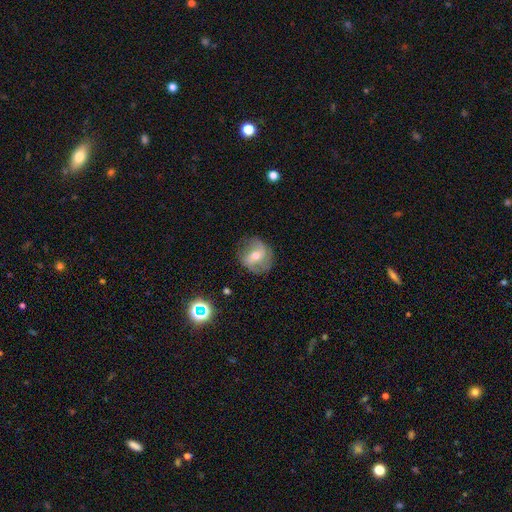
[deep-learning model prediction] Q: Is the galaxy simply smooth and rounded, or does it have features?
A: featured or disk — 65%.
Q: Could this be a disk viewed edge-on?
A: no — 96%.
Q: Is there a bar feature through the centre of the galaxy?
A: weak — 42%.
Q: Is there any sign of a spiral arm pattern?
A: yes — 83%.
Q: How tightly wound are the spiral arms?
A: medium — 41%.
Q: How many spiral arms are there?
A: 2 — 66%.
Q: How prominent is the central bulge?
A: moderate — 63%.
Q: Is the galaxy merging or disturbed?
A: none — 73%.